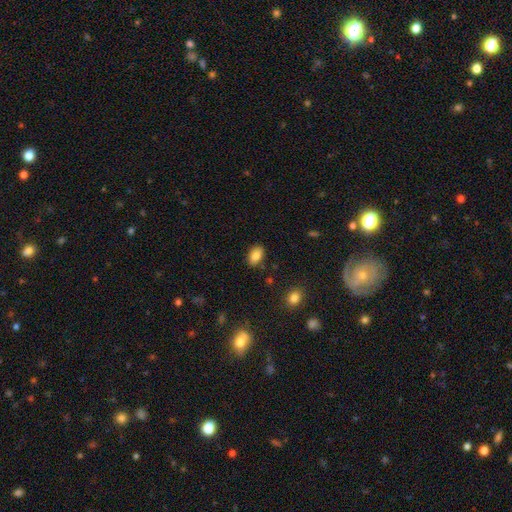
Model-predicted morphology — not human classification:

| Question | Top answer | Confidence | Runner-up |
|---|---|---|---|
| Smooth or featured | smooth | 84% | star or artifact (8%) |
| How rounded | in between | 90% | round (8%) |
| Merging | none | 86% | minor disturbance (10%) |